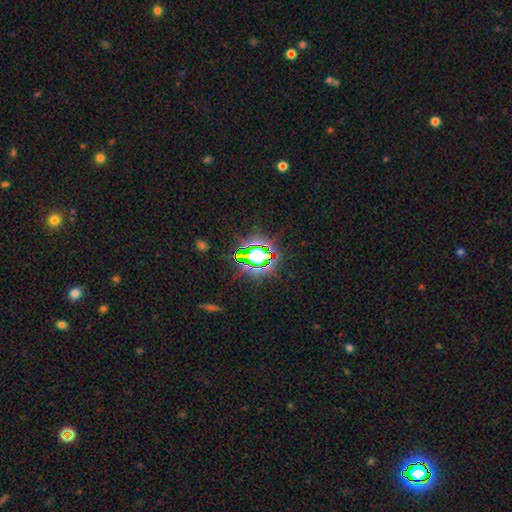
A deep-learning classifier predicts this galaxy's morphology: smooth-or-featured: star or artifact: 74% | smooth: 16% | featured or disk: 10%